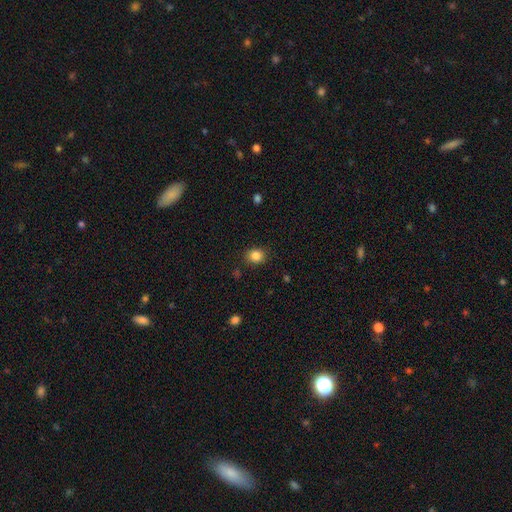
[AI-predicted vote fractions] This is clearly a smooth galaxy (85%). How rounded: likely round (73%). Merging: clearly none (88%).